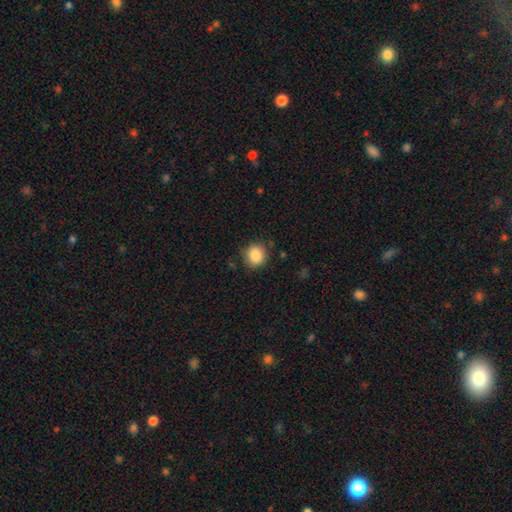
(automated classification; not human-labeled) Q: Smooth or featured?
A: smooth (88%); runner-up: star or artifact (9%)
Q: How rounded?
A: round (83%); runner-up: in between (16%)
Q: Merging?
A: none (84%); runner-up: minor disturbance (12%)